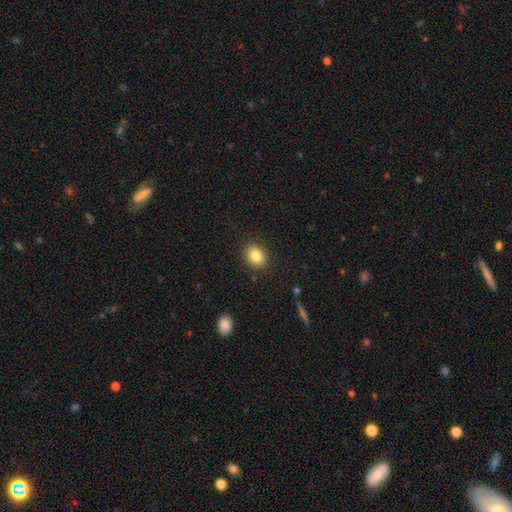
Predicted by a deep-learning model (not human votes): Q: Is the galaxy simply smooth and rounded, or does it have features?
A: smooth — 84%.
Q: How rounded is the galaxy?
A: round — 50%.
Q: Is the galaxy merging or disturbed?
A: none — 88%.